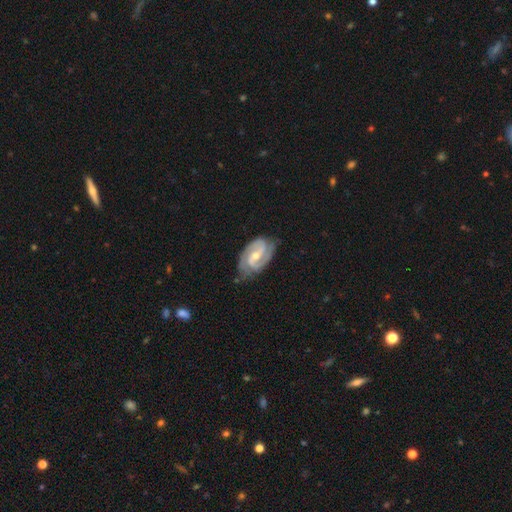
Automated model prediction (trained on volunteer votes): The model was most divided on "spiral winding": medium: 46%, tight: 43%, loose: 11%. Remaining: spiral arms — yes (97%); edge-on disk — no (97%); smooth or featured — featured or disk (89%); spiral arm count — 2 (82%); merging — none (77%); bulge size — moderate (51%); bar — weak (48%).